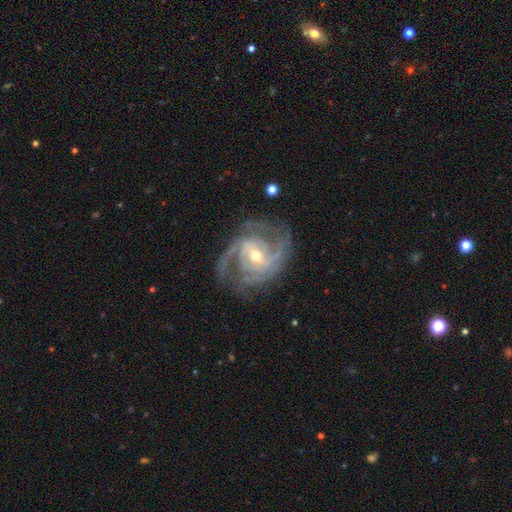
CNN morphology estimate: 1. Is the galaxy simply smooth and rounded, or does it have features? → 91% featured or disk, 5% star or artifact, 4% smooth.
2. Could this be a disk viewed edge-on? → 97% no, 3% yes.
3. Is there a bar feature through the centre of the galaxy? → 44% weak, 33% no, 23% strong.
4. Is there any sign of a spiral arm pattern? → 97% yes, 3% no.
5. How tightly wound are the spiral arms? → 49% medium, 35% tight, 16% loose.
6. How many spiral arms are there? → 48% 2, 23% 3, 13% can't tell, 7% 4, 5% 1, 5% more than 4.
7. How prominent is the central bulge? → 53% moderate, 43% small, 2% large, 1% none, 1% dominant.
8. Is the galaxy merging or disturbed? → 69% none, 17% minor disturbance, 12% major disturbance, 1% merger.